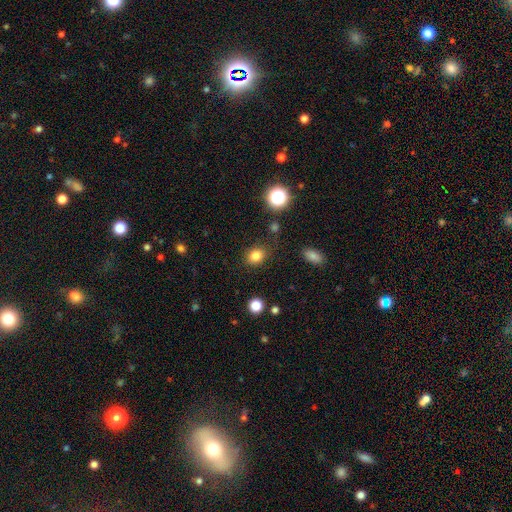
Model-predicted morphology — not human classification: smooth 82%, star or artifact 13%, featured or disk 6%. Down the decision tree: how rounded — round (59%); merging — none (84%).